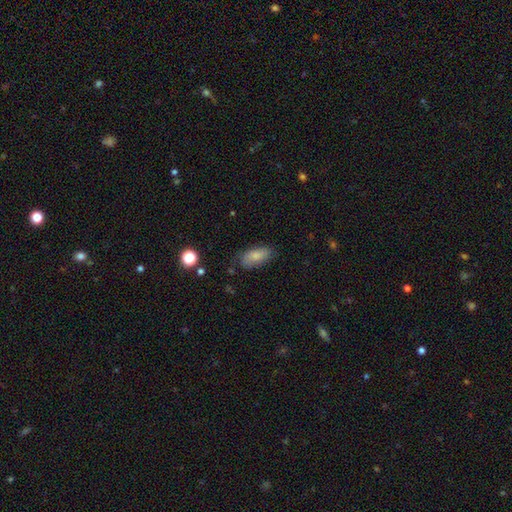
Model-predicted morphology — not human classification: A smooth galaxy with no disk features (80%) that is in between round and cigar-shaped (89%). Merging: none (75%).